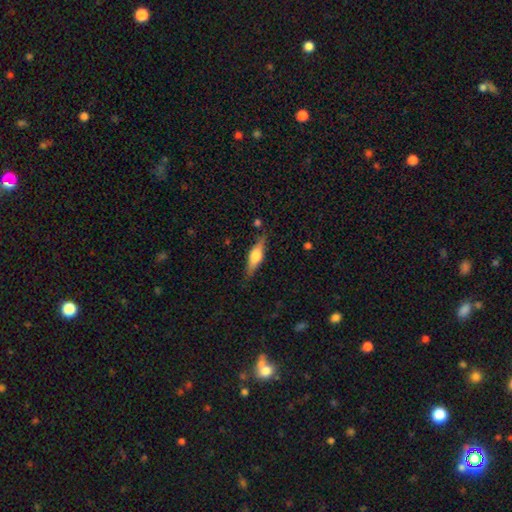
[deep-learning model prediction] Q: Smooth or featured?
A: featured or disk (54%); runner-up: smooth (40%)
Q: Edge-on disk?
A: yes (94%); runner-up: no (6%)
Q: Edge-on bulge?
A: rounded (89%); runner-up: boxy (8%)
Q: Merging?
A: none (82%); runner-up: minor disturbance (13%)